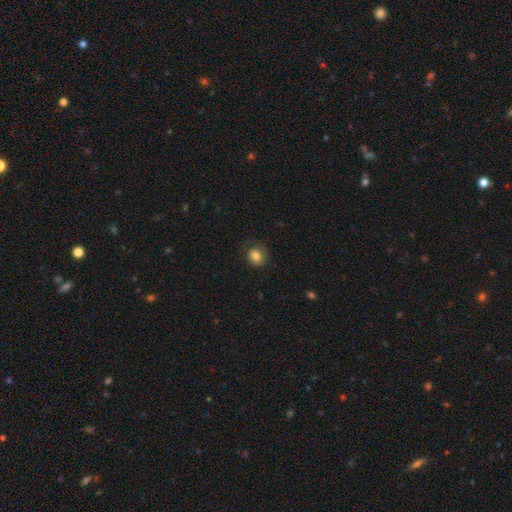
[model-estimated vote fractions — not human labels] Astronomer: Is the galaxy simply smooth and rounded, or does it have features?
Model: smooth — 83%.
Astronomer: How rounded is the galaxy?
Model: round — 69%.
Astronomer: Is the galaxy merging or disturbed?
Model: none — 77%.